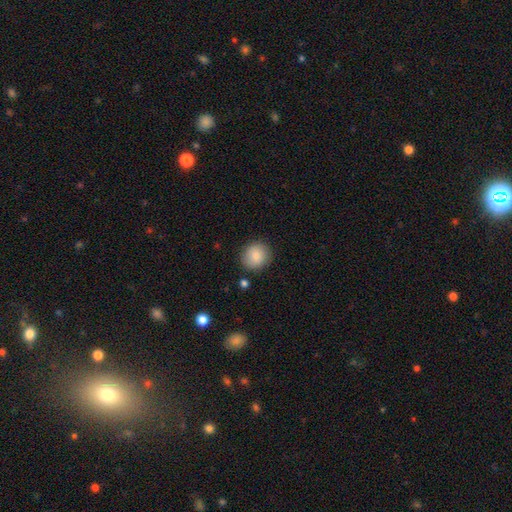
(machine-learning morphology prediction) Smooth or featured? smooth (84%)
How rounded? round (84%)
Merging? none (86%)